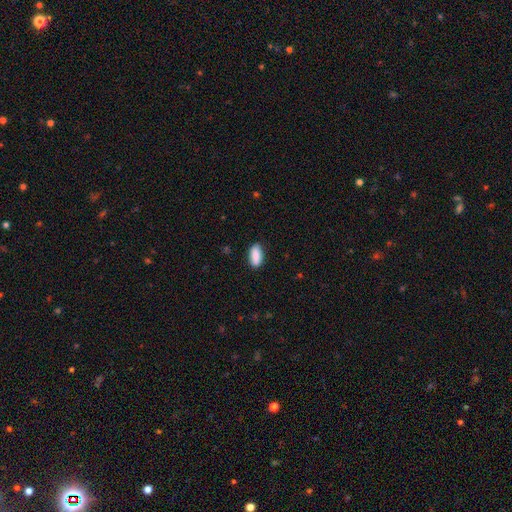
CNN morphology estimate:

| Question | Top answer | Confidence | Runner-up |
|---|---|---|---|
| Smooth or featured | smooth | 89% | star or artifact (6%) |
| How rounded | in between | 84% | cigar-shaped (13%) |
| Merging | none | 86% | minor disturbance (10%) |